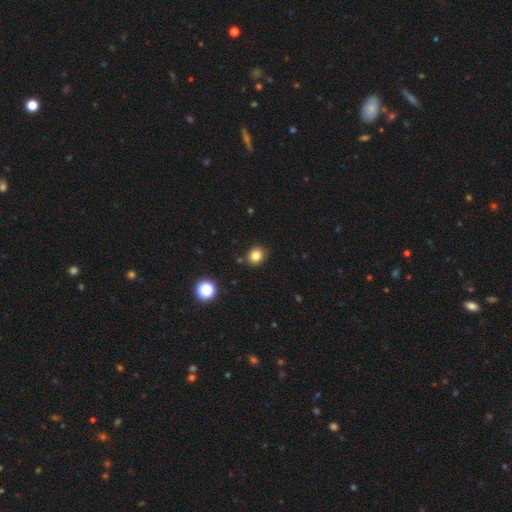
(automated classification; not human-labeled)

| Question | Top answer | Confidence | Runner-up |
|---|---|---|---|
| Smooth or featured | smooth | 82% | star or artifact (13%) |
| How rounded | round | 77% | in between (22%) |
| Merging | none | 87% | minor disturbance (8%) |